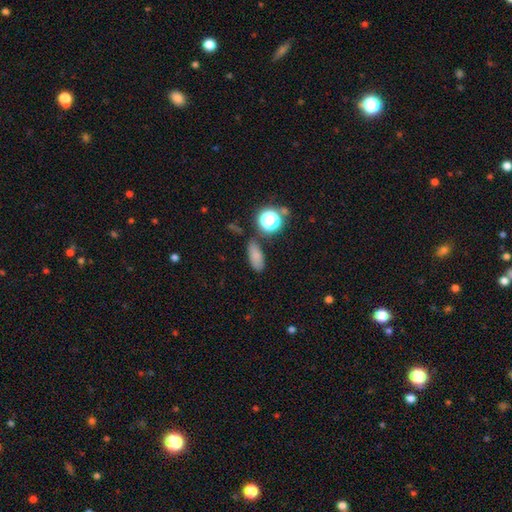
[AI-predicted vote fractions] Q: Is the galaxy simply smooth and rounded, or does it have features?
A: smooth — 75%.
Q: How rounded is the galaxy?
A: in between — 76%.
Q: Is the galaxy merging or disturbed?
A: none — 75%.